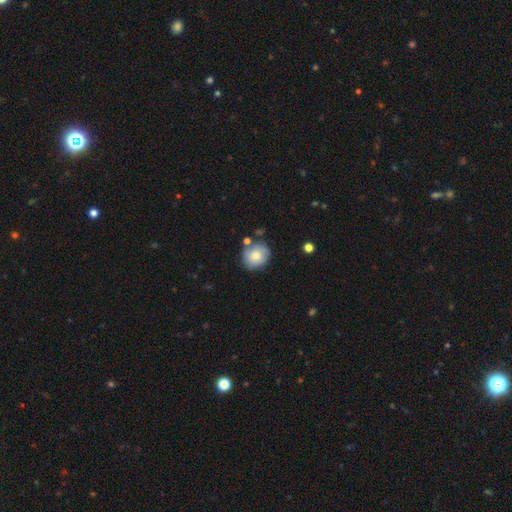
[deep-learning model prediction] A smooth galaxy with no disk features (72%) that is round (76%).

Vote fractions:
- Smooth or featured? smooth: 72% / featured or disk: 20% / star or artifact: 8%
- How rounded? round: 76% / in between: 23% / cigar-shaped: 1%
- Merging? none: 73% / minor disturbance: 17% / merger: 7% / major disturbance: 4%